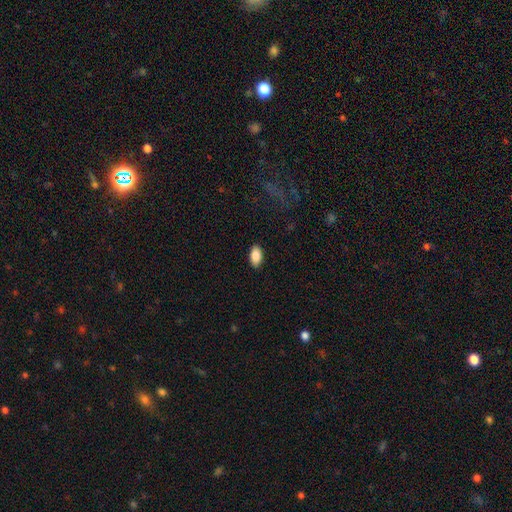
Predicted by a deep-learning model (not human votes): This is clearly a smooth galaxy (86%). How rounded: clearly in between (94%). Merging: clearly none (89%).